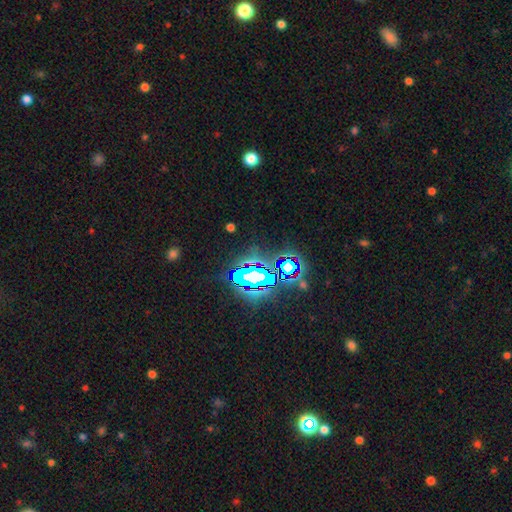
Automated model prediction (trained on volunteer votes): star or artifact 79%, smooth 12%, featured or disk 9%.